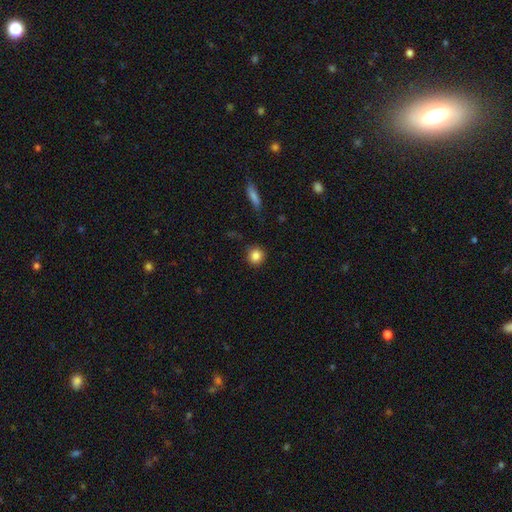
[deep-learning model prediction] The model was most divided on "smooth or featured": smooth: 85%, star or artifact: 10%, featured or disk: 5%. More confident: how rounded — round (90%); merging — none (87%).